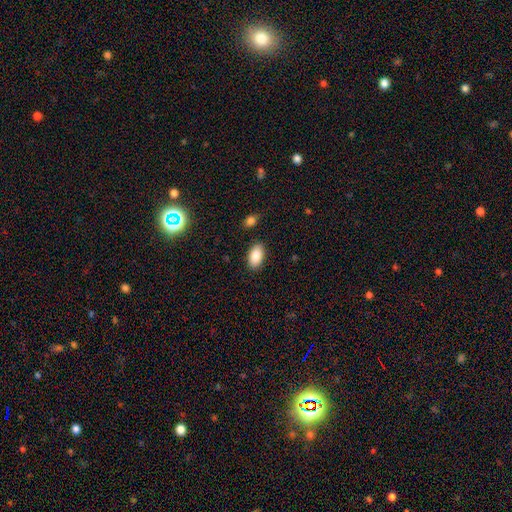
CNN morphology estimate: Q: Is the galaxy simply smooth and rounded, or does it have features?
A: smooth — 87%.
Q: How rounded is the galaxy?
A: in between — 94%.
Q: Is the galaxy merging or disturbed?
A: none — 87%.